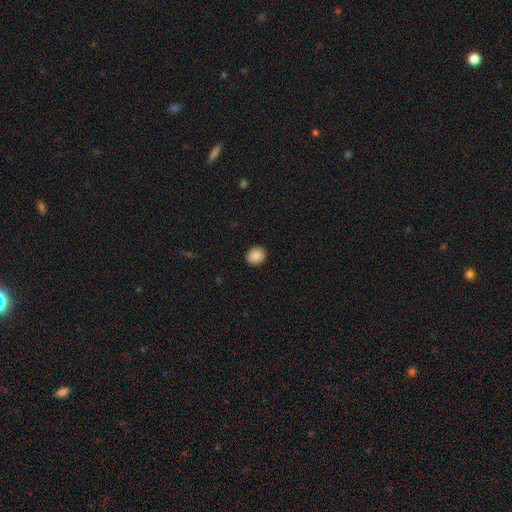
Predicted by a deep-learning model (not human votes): Smooth or featured? Predicted: smooth (p=0.89). How rounded? Predicted: round (p=0.67). Merging? Predicted: none (p=0.91).